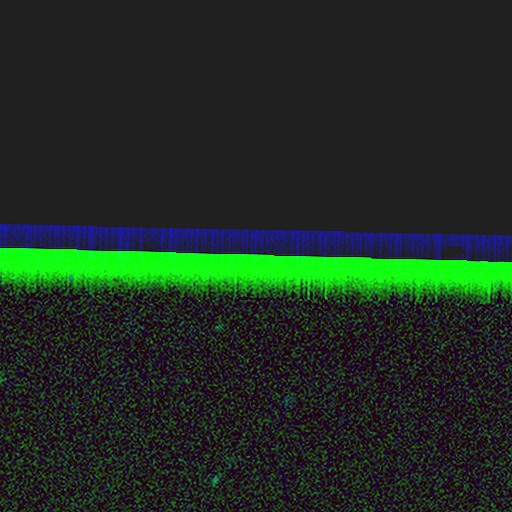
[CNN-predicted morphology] Smooth or featured?
  - star or artifact: 88% *
  - featured or disk: 6%
  - smooth: 5%